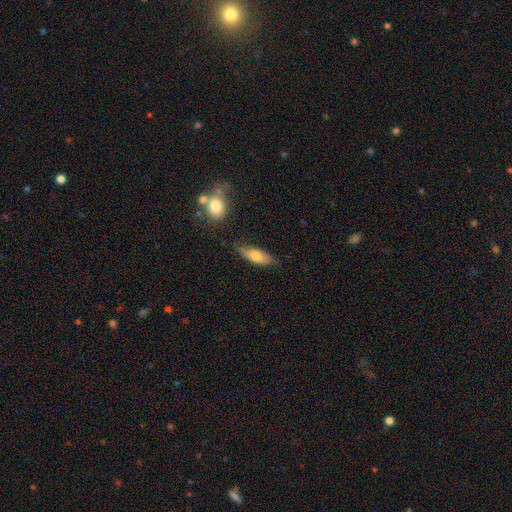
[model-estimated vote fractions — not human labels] Q: Smooth or featured?
A: smooth (72%); runner-up: featured or disk (21%)
Q: How rounded?
A: in between (62%); runner-up: cigar-shaped (35%)
Q: Merging?
A: none (68%); runner-up: minor disturbance (24%)